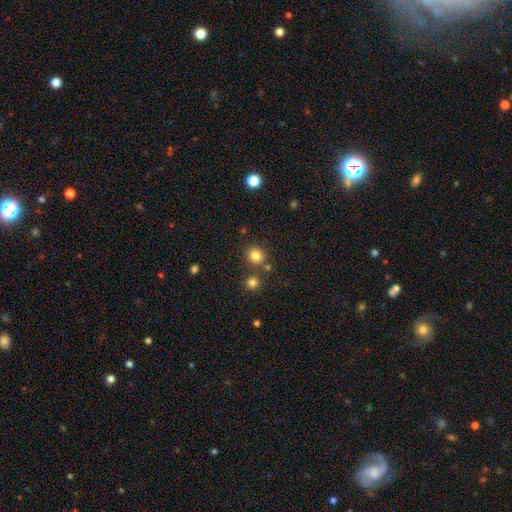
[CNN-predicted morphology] Smooth or featured: smooth — 81% (star or artifact — 13%)
How rounded: round — 84% (in between — 15%)
Merging: none — 77% (merger — 11%)